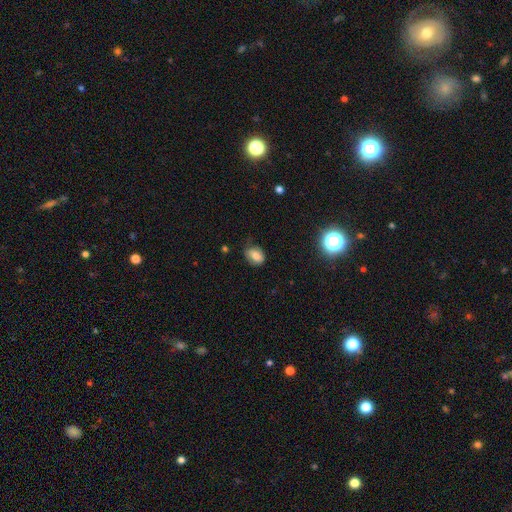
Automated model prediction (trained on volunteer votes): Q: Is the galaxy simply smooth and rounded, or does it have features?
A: smooth — 75%.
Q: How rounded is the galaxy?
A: in between — 75%.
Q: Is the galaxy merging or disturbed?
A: none — 67%.